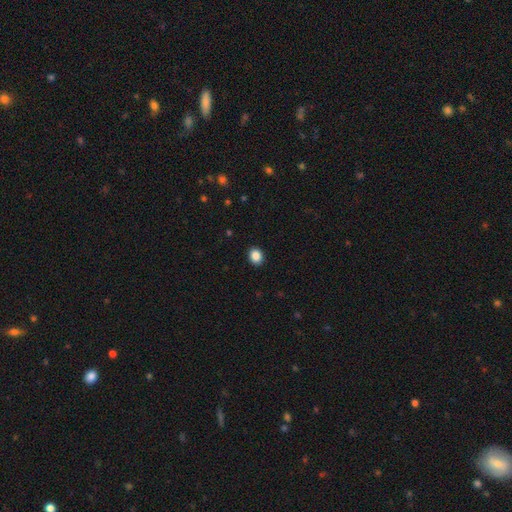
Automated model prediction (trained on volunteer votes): This appears to be a smooth galaxy with no disk features (87%) that is round (54%). Merging: none (92%).